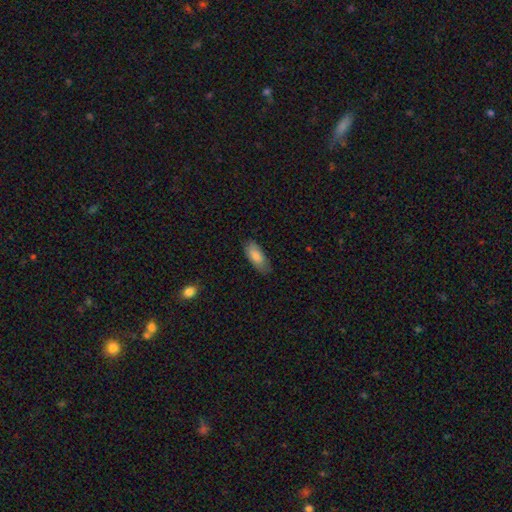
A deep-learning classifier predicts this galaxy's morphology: This appears to be a smooth galaxy with no disk features (81%) that is in between round and cigar-shaped (83%). Merging: none (77%).